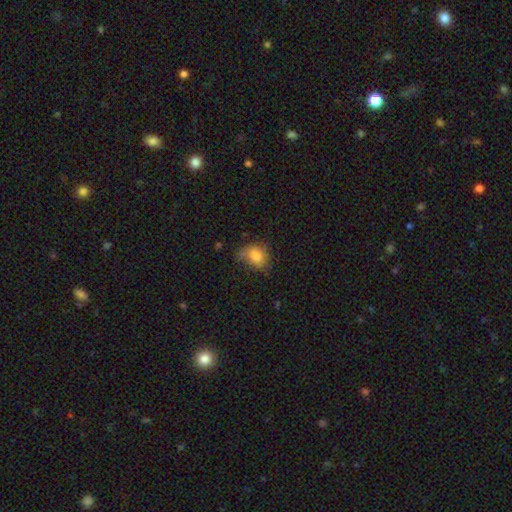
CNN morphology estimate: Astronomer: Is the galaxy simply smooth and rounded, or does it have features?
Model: smooth — 78%.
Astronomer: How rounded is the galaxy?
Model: in between — 59% (runner-up: round, 40%).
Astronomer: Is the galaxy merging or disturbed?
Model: none — 49% (runner-up: minor disturbance, 33%).